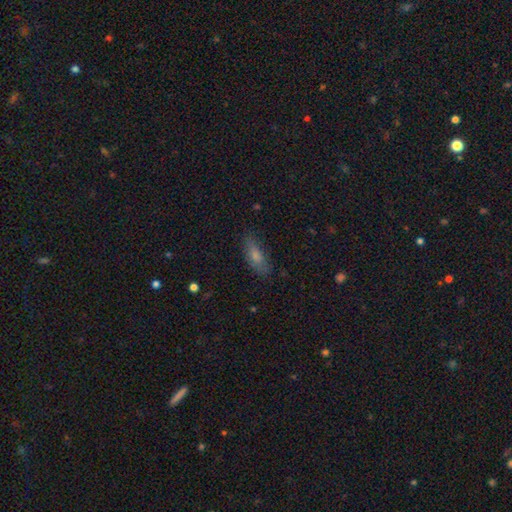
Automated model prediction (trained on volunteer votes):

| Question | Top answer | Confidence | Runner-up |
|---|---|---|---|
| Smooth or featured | smooth | 72% | featured or disk (19%) |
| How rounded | in between | 67% | cigar-shaped (30%) |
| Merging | none | 78% | minor disturbance (17%) |